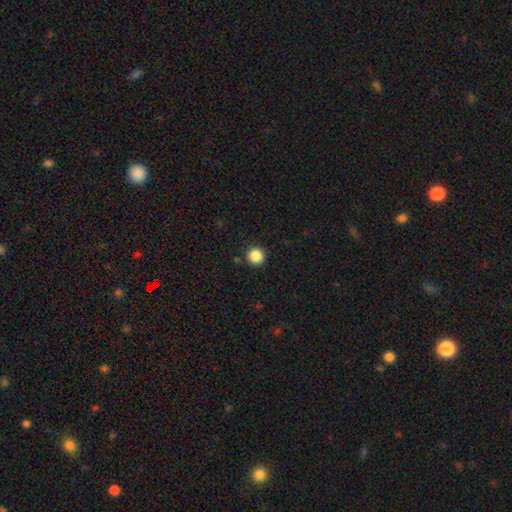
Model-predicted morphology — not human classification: smooth_or_featured: smooth (p=0.87) [alt: star or artifact p=0.10]
how_rounded: round (p=0.95) [alt: in between p=0.04]
merging: none (p=0.92) [alt: minor disturbance p=0.05]